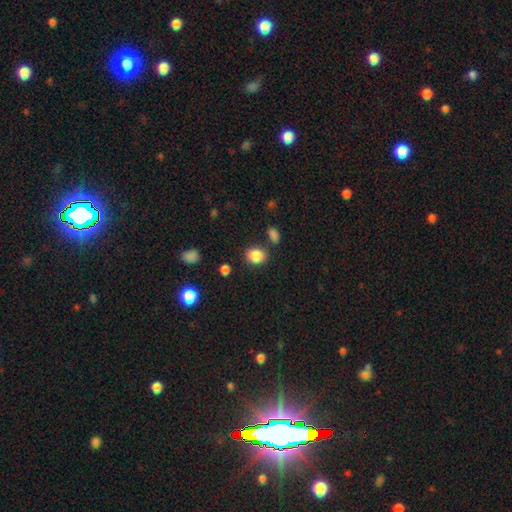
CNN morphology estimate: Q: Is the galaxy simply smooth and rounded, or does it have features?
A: smooth — 86%.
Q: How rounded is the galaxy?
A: round — 61%.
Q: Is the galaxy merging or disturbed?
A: none — 75%.